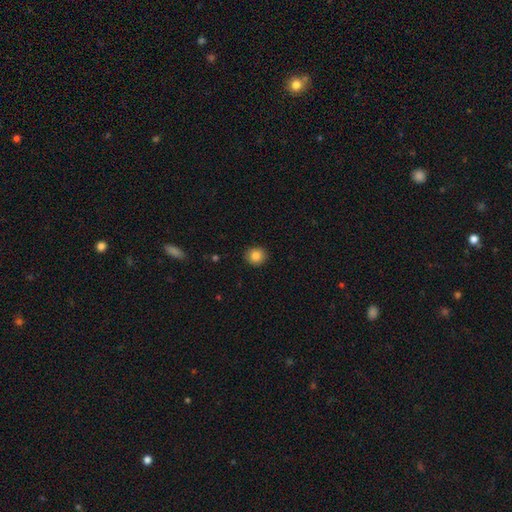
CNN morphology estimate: A smooth galaxy with no disk features (84%) that is round (86%). Merging: none (91%).